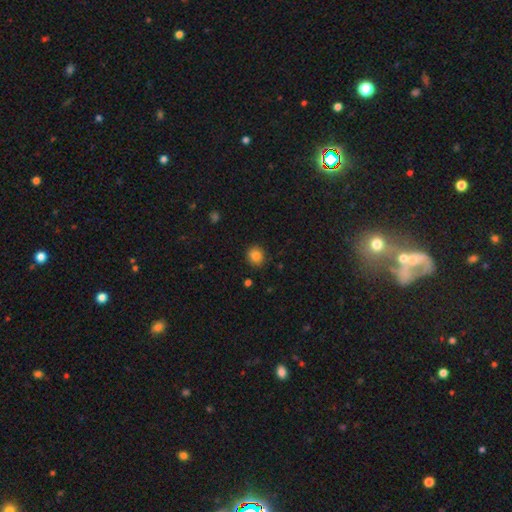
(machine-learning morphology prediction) Smooth or featured? smooth (84%)
How rounded? round (79%)
Merging? none (89%)